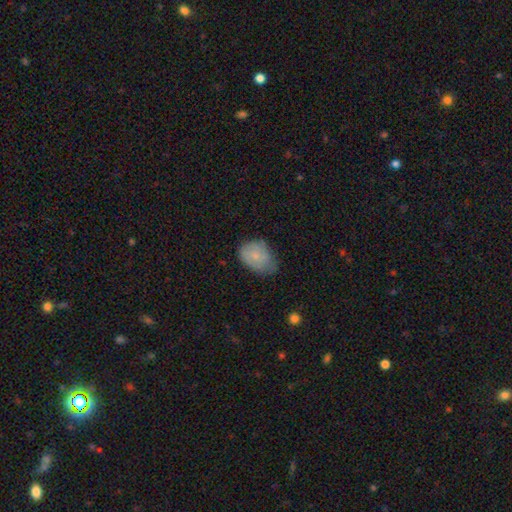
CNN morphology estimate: The model was most divided on "merging": minor disturbance: 45%, none: 40%, major disturbance: 13%, merger: 2%. More confident: how rounded — in between (75%); smooth or featured — smooth (74%).